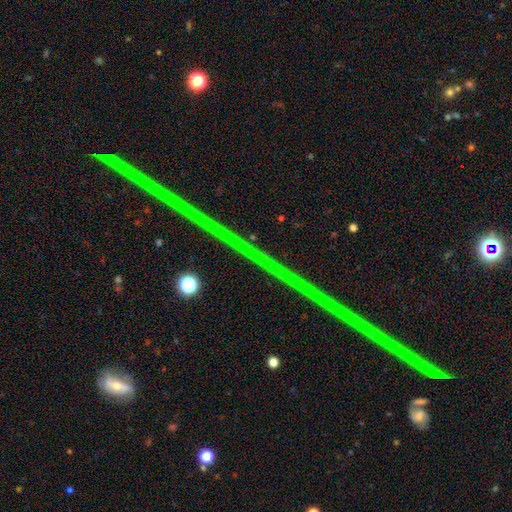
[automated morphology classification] smooth-or-featured: star or artifact: 85% | featured or disk: 10% | smooth: 6%